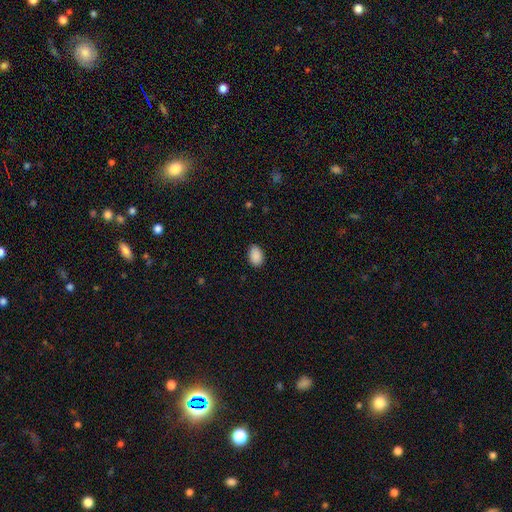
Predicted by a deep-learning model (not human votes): This appears to be a smooth galaxy with no disk features (90%) that is in between round and cigar-shaped (85%). Merging: none (85%).